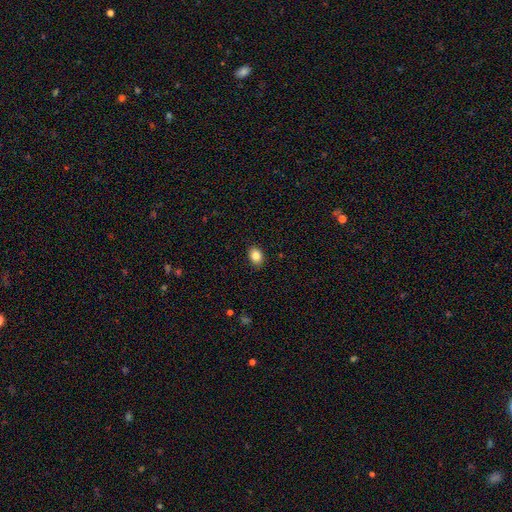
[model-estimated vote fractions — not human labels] This is clearly a smooth galaxy (85%). How rounded: likely in between (68%). Merging: clearly none (89%).